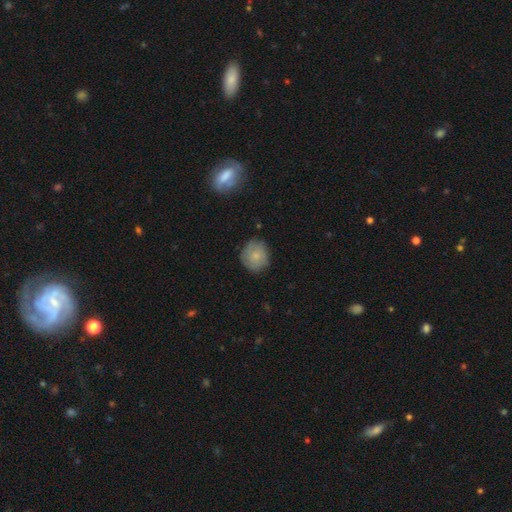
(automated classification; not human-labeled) This appears to be a smooth galaxy with no disk features (71%) that is round (84%). Merging: none (76%).